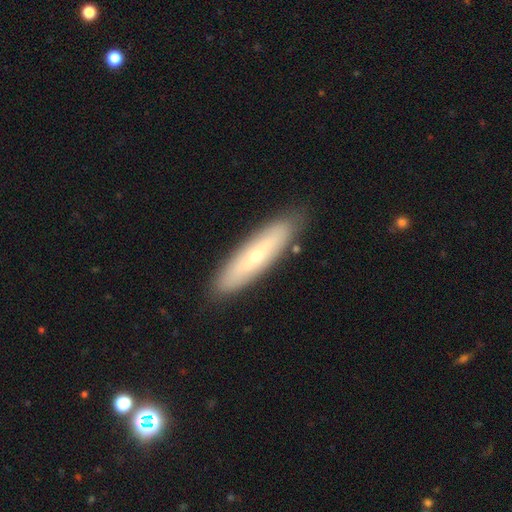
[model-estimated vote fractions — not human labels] Smooth or featured: featured or disk — 49% (smooth — 45%)
Merging: none — 86% (minor disturbance — 10%)